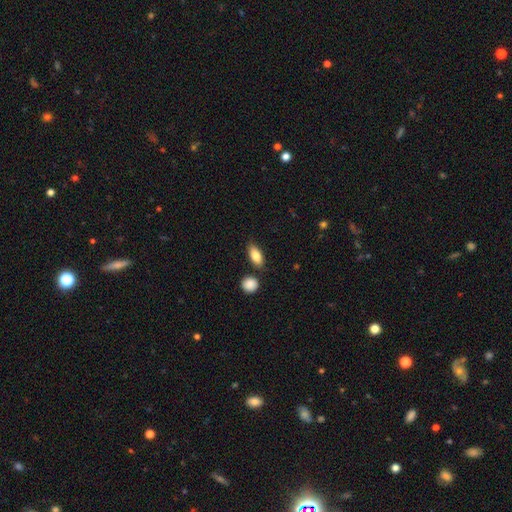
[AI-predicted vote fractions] The model was most divided on "merging": none: 74%, minor disturbance: 16%, merger: 7%, major disturbance: 3%. More confident: how rounded — in between (83%); smooth or featured — smooth (81%).